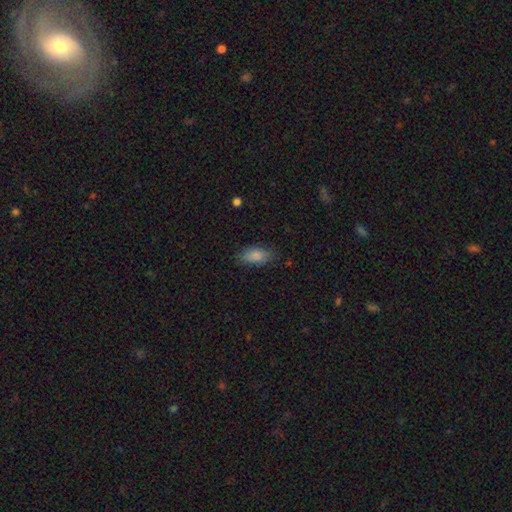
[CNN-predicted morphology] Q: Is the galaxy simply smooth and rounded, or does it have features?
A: smooth — 86%.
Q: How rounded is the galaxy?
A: in between — 90%.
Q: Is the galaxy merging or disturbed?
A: none — 78%.